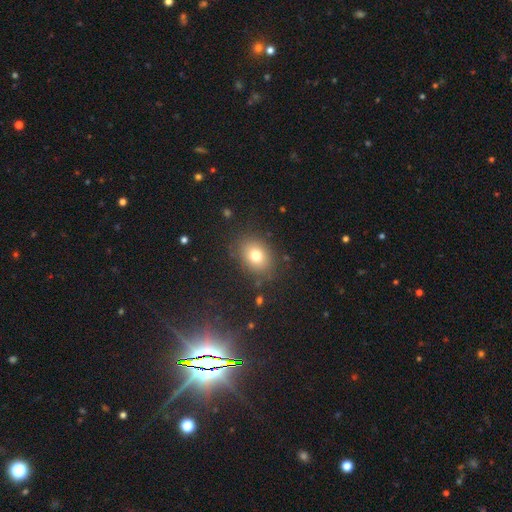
A smooth galaxy with no disk features (84%) that is in between round and cigar-shaped (52%).

Vote fractions:
- Smooth or featured? smooth: 84% / featured or disk: 11% / star or artifact: 5%
- How rounded? in between: 52% / round: 48% / cigar-shaped: 0%
- Merging? none: 83% / minor disturbance: 11% / major disturbance: 3% / merger: 3%